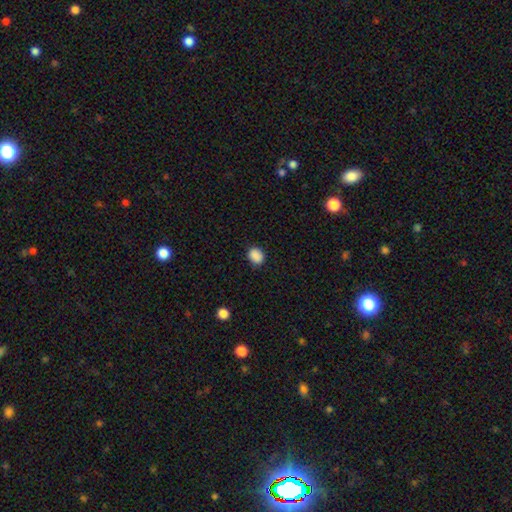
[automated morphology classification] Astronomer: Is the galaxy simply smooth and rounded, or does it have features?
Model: smooth — 88%.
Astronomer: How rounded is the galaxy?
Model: round — 51% (runner-up: in between, 48%).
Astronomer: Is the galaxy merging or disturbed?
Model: none — 87%.